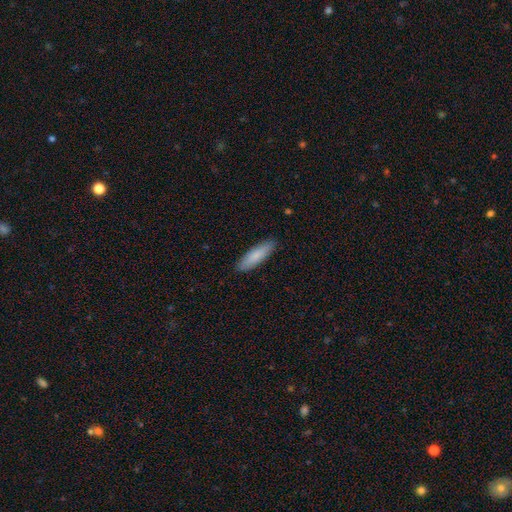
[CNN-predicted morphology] A smooth galaxy with no disk features (83%) that is cigar-shaped (65%). Merging: none (90%).